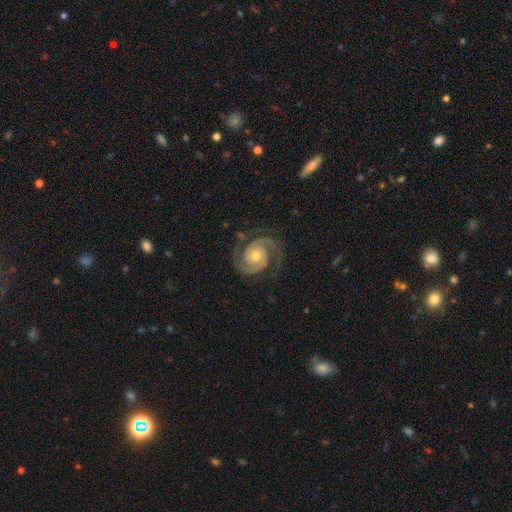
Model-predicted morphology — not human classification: Smooth or featured? Predicted: featured or disk (p=0.93). Edge-on disk? Predicted: no (p=0.98). Bar? Predicted: no (p=0.71). Spiral arms? Predicted: yes (p=0.99). Spiral winding? Predicted: tight (p=0.54). Spiral arm count? Predicted: 2 (p=0.92). Bulge size? Predicted: moderate (p=0.65). Merging? Predicted: none (p=0.79).